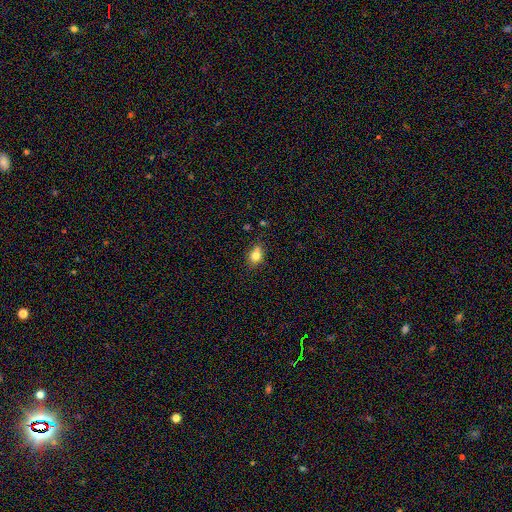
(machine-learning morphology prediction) This is likely a smooth galaxy (79%). How rounded: possibly round (50%). Merging: likely none (64%).